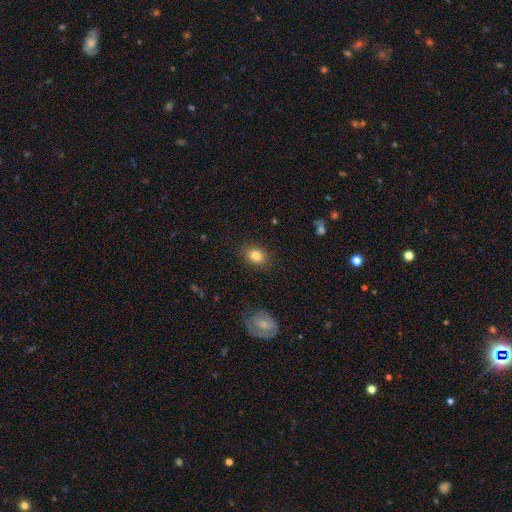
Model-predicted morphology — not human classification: Q: Smooth or featured?
A: smooth (83%); runner-up: star or artifact (10%)
Q: How rounded?
A: in between (62%); runner-up: round (37%)
Q: Merging?
A: none (86%); runner-up: minor disturbance (10%)